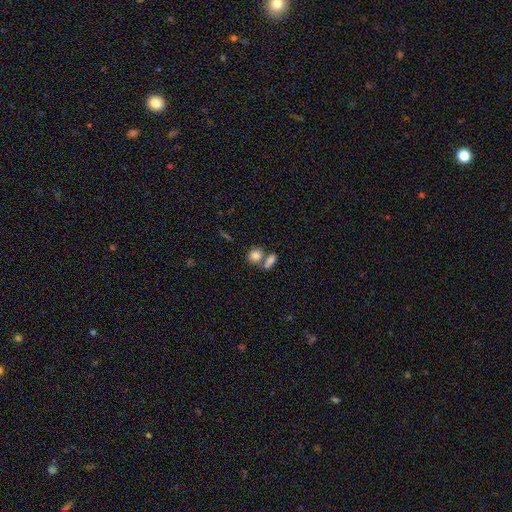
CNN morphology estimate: smooth 81%, featured or disk 10%, star or artifact 9%. Down the decision tree: how rounded — round (69%); merging — none (53%).